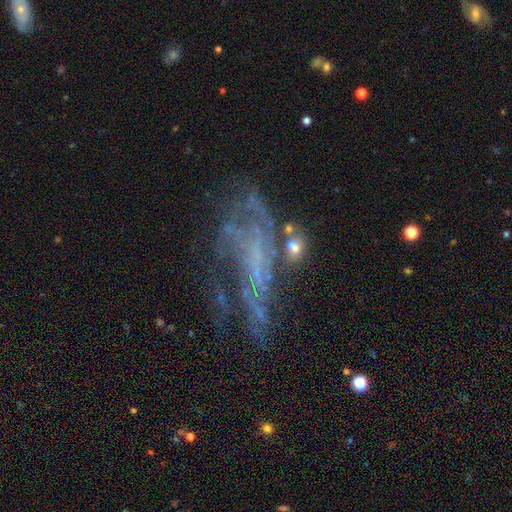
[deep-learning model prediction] This appears to be a featured or disk galaxy (65%) with no bar (64%), no spiral arms (56%) and no central bulge (70%). Merging: none (37%).